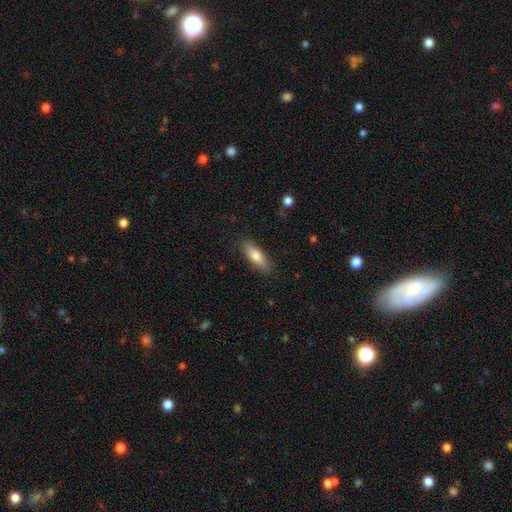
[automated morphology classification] This appears to be a smooth galaxy with no disk features (77%) that is in between round and cigar-shaped (62%). Merging: none (86%).